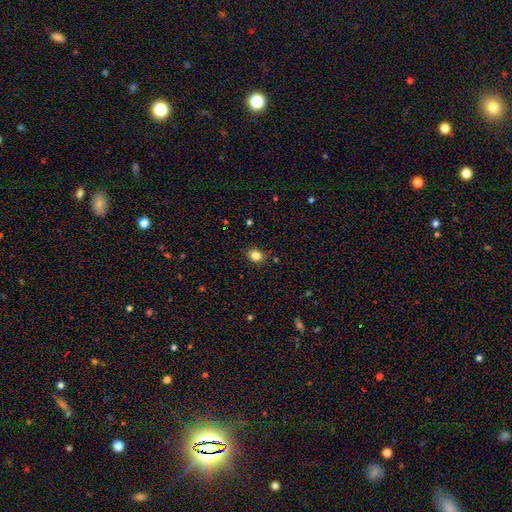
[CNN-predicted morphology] A smooth galaxy with no disk features (83%) that is in between round and cigar-shaped (50%). Merging: none (87%).